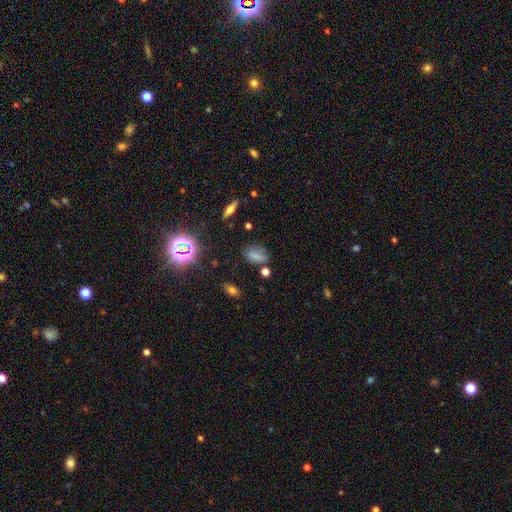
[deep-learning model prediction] smooth 68%, star or artifact 19%, featured or disk 12%. Down the decision tree: how rounded — in between (84%); merging — none (69%).